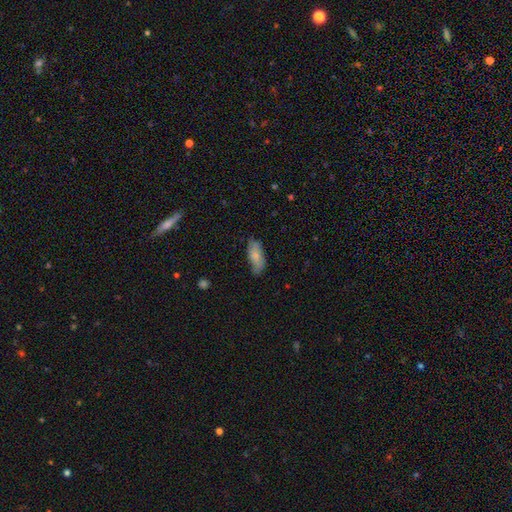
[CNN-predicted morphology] The model was most divided on "merging": none: 69%, minor disturbance: 25%, major disturbance: 5%, merger: 2%. More confident: how rounded — in between (82%); smooth or featured — smooth (76%).